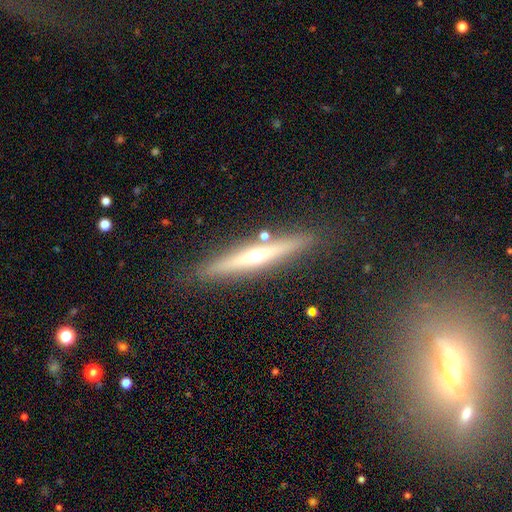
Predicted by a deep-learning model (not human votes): Smooth or featured? Predicted: featured or disk (p=0.69). Edge-on disk? Predicted: yes (p=0.95). Edge-on bulge? Predicted: rounded (p=0.83). Merging? Predicted: none (p=0.87).